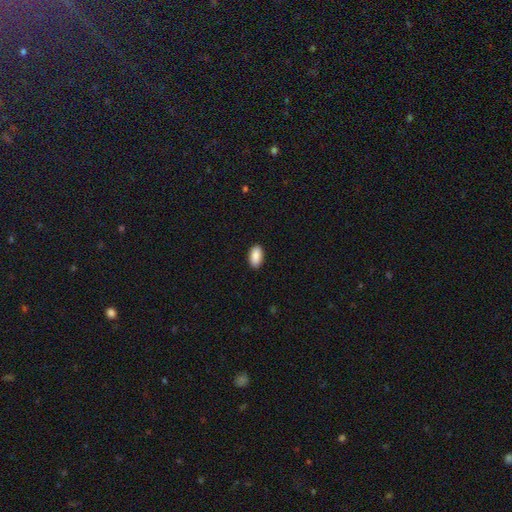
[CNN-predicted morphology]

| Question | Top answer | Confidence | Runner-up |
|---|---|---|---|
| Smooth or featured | smooth | 90% | star or artifact (6%) |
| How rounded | in between | 94% | cigar-shaped (4%) |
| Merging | none | 90% | minor disturbance (7%) |